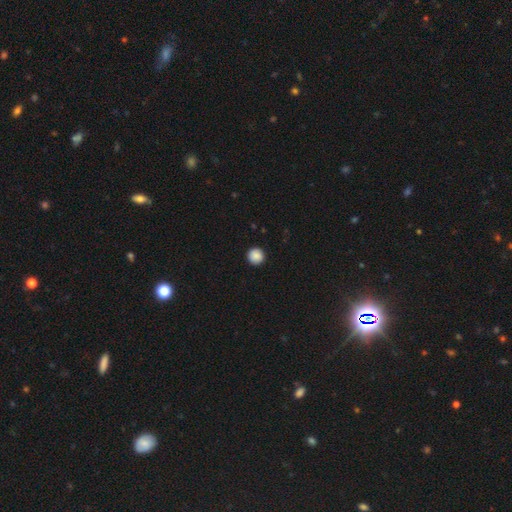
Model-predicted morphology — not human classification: smooth-or-featured: smooth: 89% | star or artifact: 8% | featured or disk: 3%
  how-rounded: round: 96% | in between: 3% | cigar-shaped: 1%
  merging: none: 93% | minor disturbance: 5% | major disturbance: 2% | merger: 1%